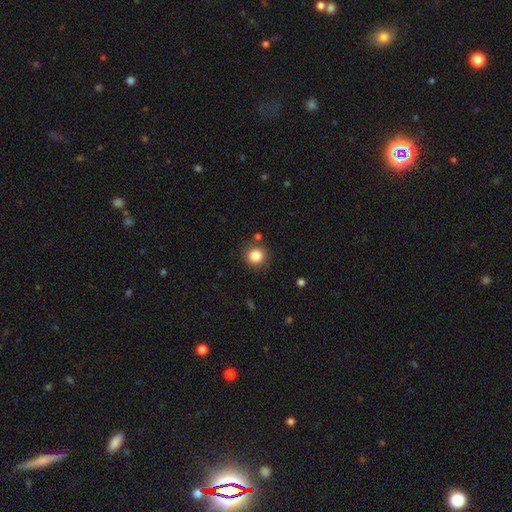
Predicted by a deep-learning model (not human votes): This is clearly a smooth galaxy (84%). How rounded: clearly round (89%). Merging: clearly none (84%).